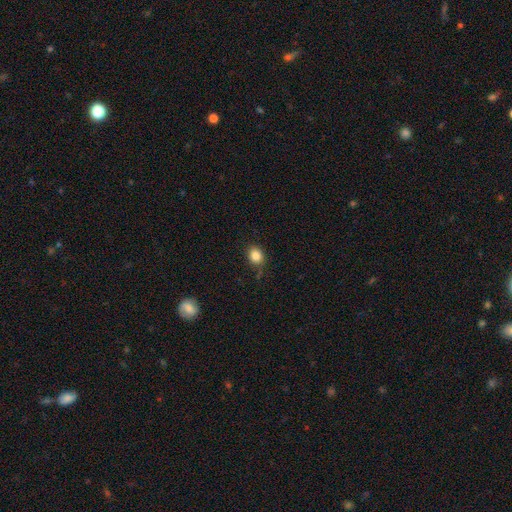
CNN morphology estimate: The model was most divided on "how rounded": round: 52%, in between: 47%, cigar-shaped: 1%. More confident: smooth or featured — smooth (85%); merging — none (80%).